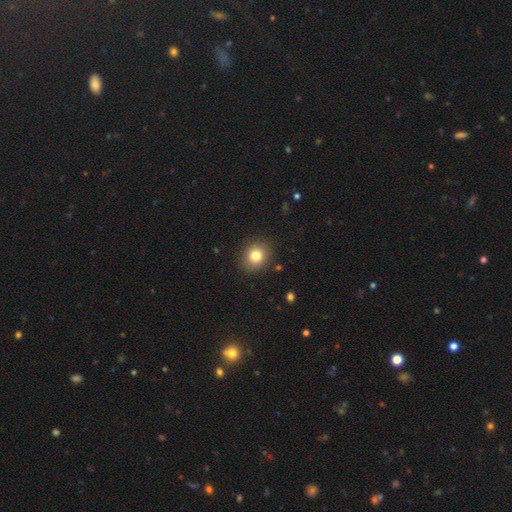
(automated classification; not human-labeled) Smooth or featured?
  - smooth: 81% *
  - star or artifact: 11%
  - featured or disk: 8%
How rounded?
  - round: 68% *
  - in between: 31%
  - cigar-shaped: 1%
Merging?
  - none: 88% *
  - minor disturbance: 9%
  - major disturbance: 2%
  - merger: 1%